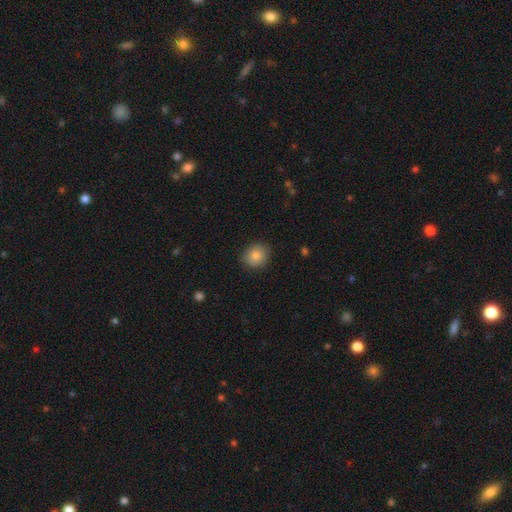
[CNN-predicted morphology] Q: Smooth or featured?
A: smooth (84%); runner-up: star or artifact (9%)
Q: How rounded?
A: round (74%); runner-up: in between (25%)
Q: Merging?
A: none (86%); runner-up: minor disturbance (10%)